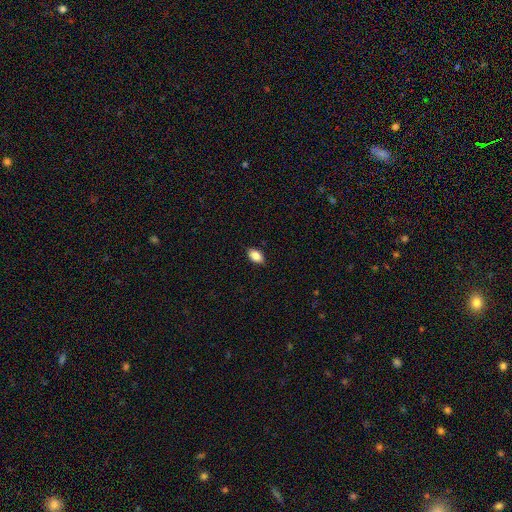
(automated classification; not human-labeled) This appears to be a smooth galaxy with no disk features (87%) that is in between round and cigar-shaped (90%). Merging: none (88%).